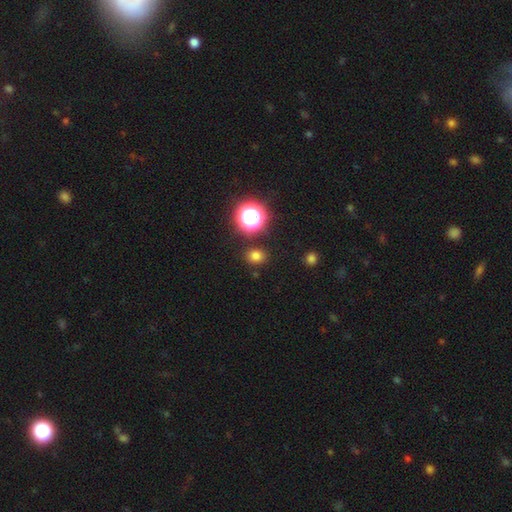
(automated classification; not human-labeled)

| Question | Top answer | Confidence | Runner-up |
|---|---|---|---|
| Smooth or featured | smooth | 76% | star or artifact (19%) |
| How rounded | round | 67% | in between (32%) |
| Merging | none | 87% | minor disturbance (7%) |